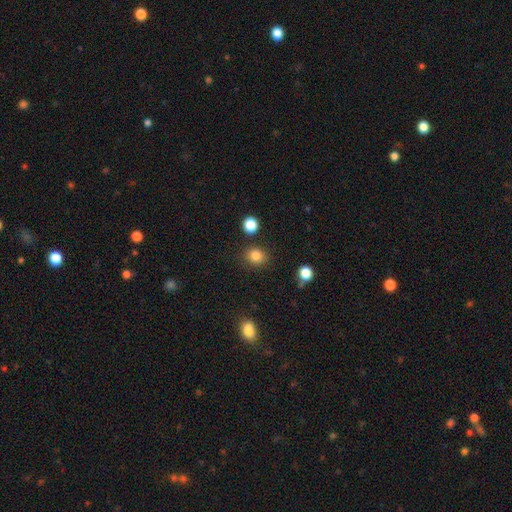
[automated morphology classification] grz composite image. It shows a smooth galaxy with no disk features (84%) that is round (72%). Merging: none (85%).